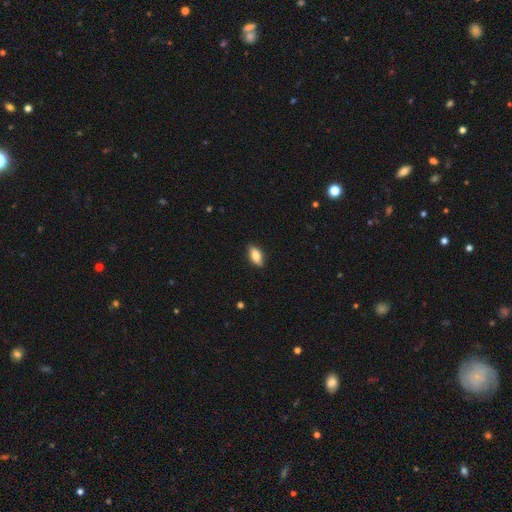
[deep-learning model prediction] smooth-or-featured: smooth: 81% | featured or disk: 12% | star or artifact: 7%
  how-rounded: in between: 83% | cigar-shaped: 14% | round: 3%
  merging: none: 86% | minor disturbance: 11% | major disturbance: 2% | merger: 1%